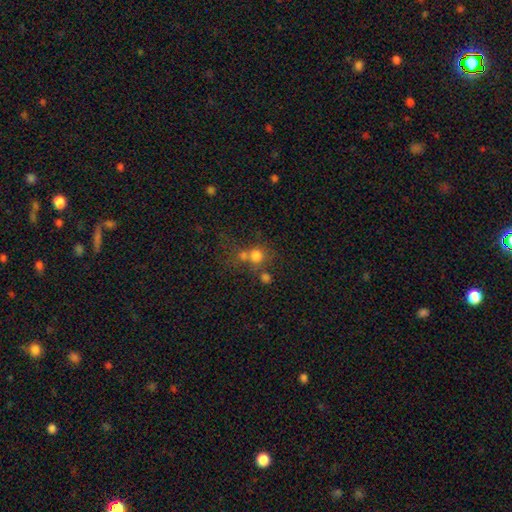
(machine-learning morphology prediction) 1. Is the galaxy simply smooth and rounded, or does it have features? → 71% smooth, 15% star or artifact, 13% featured or disk.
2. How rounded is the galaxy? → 83% round, 16% in between, 1% cigar-shaped.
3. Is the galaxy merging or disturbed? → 44% merger, 39% none, 9% minor disturbance, 8% major disturbance.